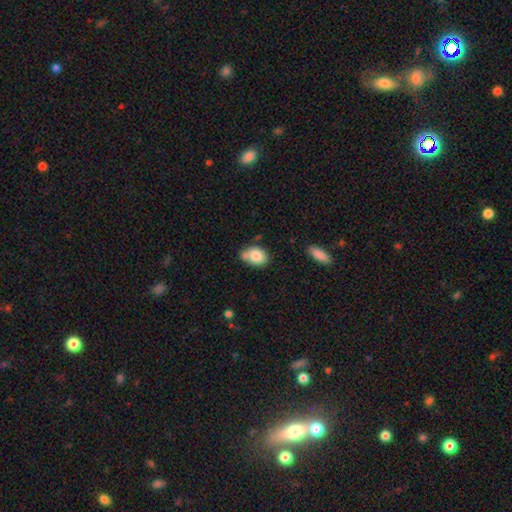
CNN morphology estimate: A smooth galaxy with no disk features (83%) that is in between round and cigar-shaped (70%).

Vote fractions:
- Smooth or featured? smooth: 83% / featured or disk: 10% / star or artifact: 8%
- How rounded? in between: 70% / round: 29% / cigar-shaped: 1%
- Merging? none: 57% / minor disturbance: 21% / merger: 17% / major disturbance: 4%